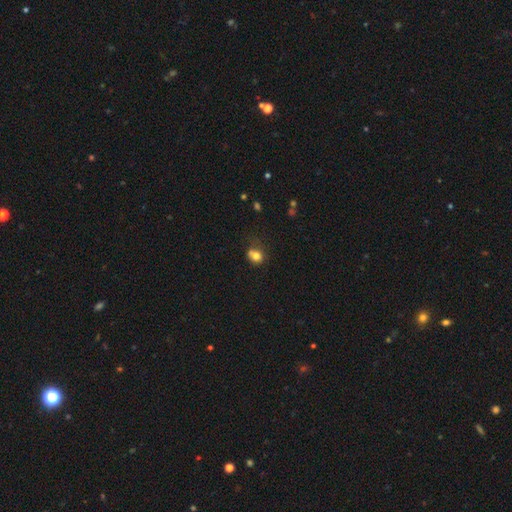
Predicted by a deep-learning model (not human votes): Morphology: type=smooth (77%); roundness=round (66%); merging=none (46%).